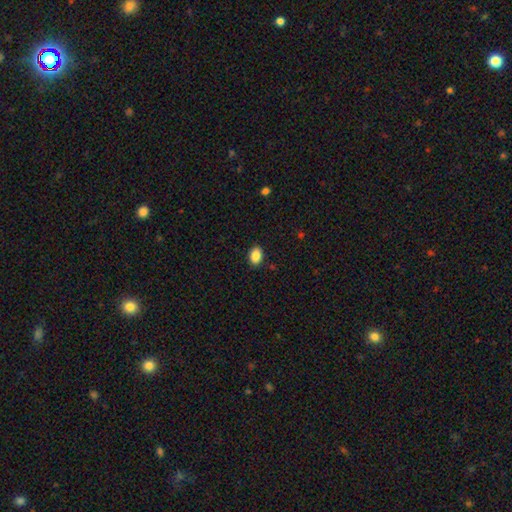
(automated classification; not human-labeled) Q: Smooth or featured?
A: smooth (88%); runner-up: star or artifact (8%)
Q: How rounded?
A: in between (78%); runner-up: round (21%)
Q: Merging?
A: none (89%); runner-up: minor disturbance (8%)